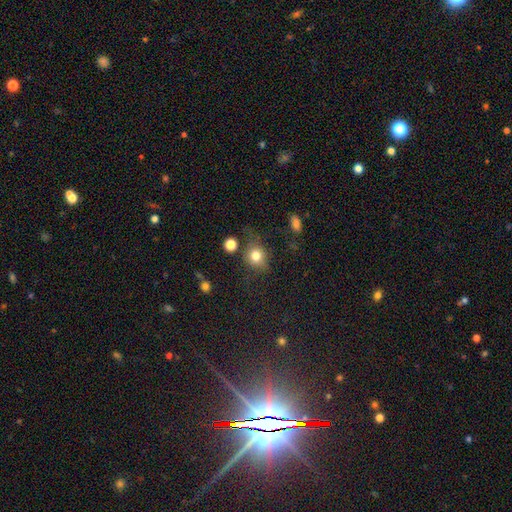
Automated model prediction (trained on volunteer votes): Smooth or featured?
  - smooth: 79% *
  - star or artifact: 12%
  - featured or disk: 9%
How rounded?
  - round: 73% *
  - in between: 26%
  - cigar-shaped: 1%
Merging?
  - none: 65% *
  - minor disturbance: 20%
  - major disturbance: 9%
  - merger: 6%